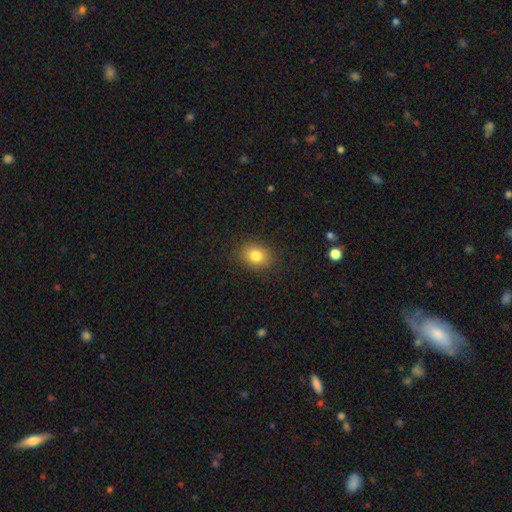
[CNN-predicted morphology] The model was most divided on "how rounded": in between: 56%, round: 43%, cigar-shaped: 1%. More confident: merging — none (87%); smooth or featured — smooth (82%).